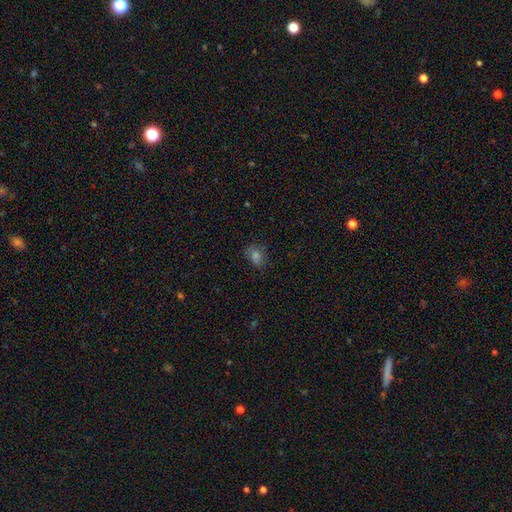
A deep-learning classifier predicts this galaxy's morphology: smooth 59%, star or artifact 25%, featured or disk 16%. Down the decision tree: how rounded — in between (55%); merging — none (66%).